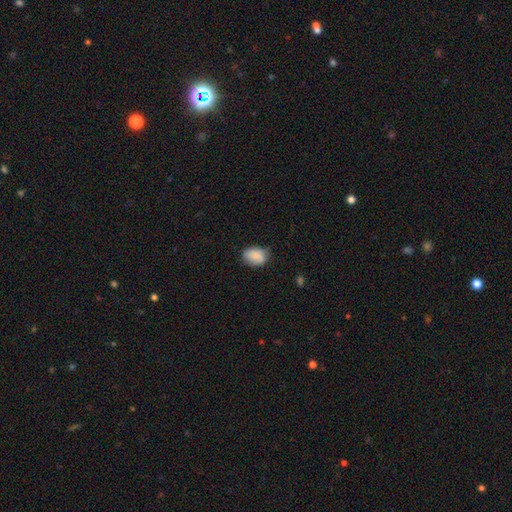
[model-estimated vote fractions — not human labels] This is clearly a smooth galaxy (85%). How rounded: likely in between (72%). Merging: likely none (64%).